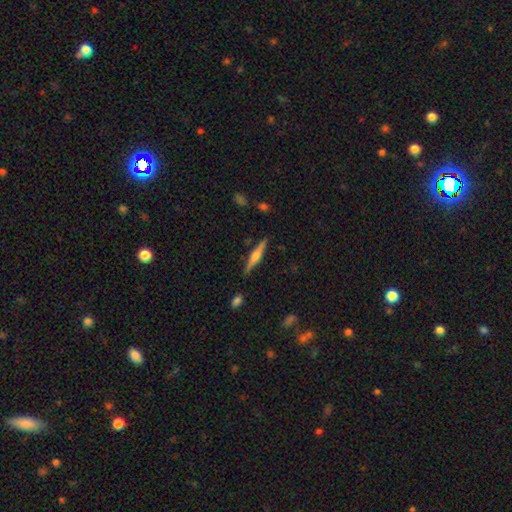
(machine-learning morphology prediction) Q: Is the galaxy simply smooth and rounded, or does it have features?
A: featured or disk — 68%.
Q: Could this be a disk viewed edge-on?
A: yes — 98%.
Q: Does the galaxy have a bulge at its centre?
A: rounded — 85%.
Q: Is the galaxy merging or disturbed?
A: none — 88%.